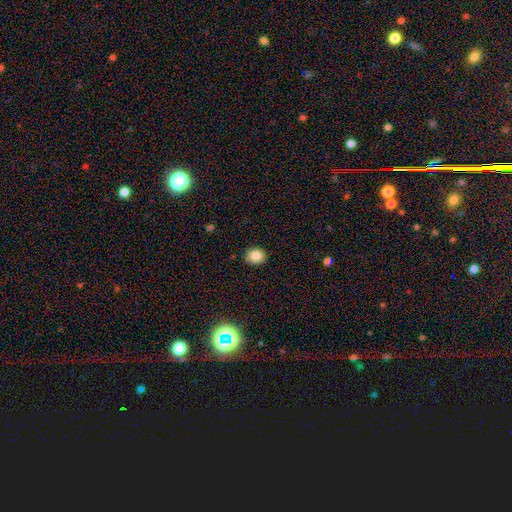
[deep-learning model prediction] The model was most divided on "how rounded": round: 69%, in between: 30%, cigar-shaped: 1%. More confident: merging — none (89%); smooth or featured — smooth (84%).